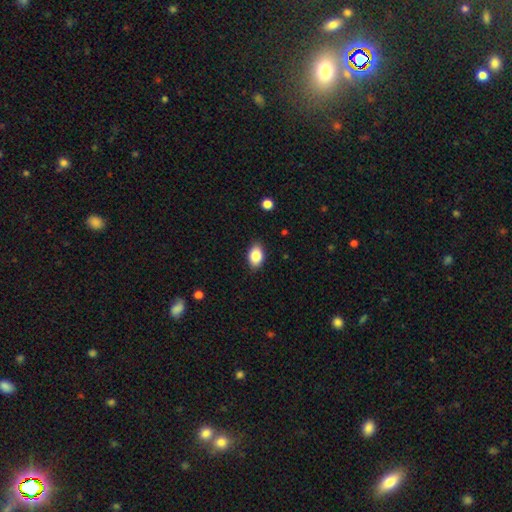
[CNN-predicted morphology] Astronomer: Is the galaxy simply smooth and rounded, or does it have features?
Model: smooth — 86%.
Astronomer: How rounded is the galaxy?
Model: in between — 87%.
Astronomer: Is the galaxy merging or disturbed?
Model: none — 86%.